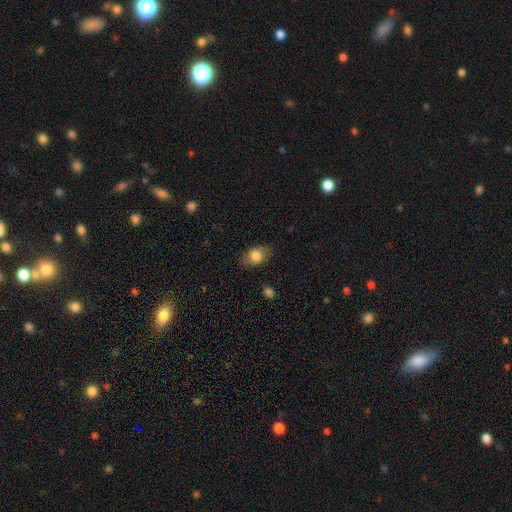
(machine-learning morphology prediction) type=smooth (79%); roundness=in between (78%); merging=none (80%).